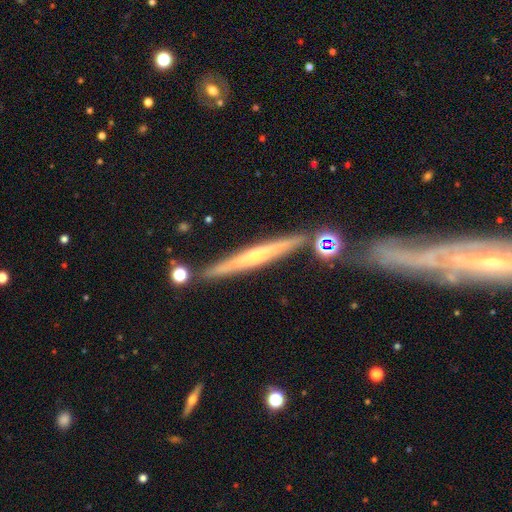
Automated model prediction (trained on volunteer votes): smooth-or-featured: featured or disk: 71% | smooth: 21% | star or artifact: 8%
  disk-edge-on: yes: 96% | no: 4%
    edge-on-bulge: rounded: 69% | none: 26% | boxy: 5%
  merging: none: 84% | minor disturbance: 9% | merger: 4% | major disturbance: 2%